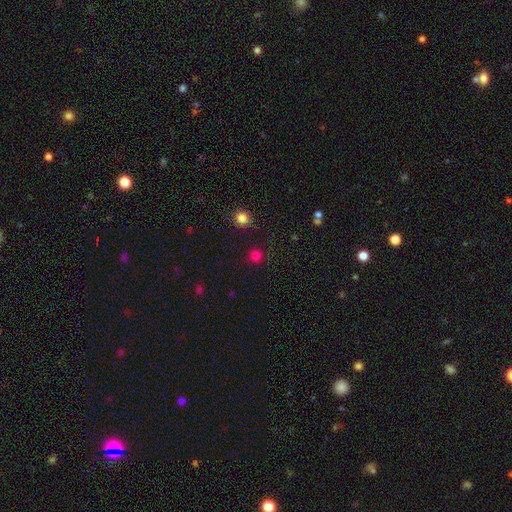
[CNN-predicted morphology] Q: Smooth or featured?
A: smooth (67%); runner-up: star or artifact (27%)
Q: How rounded?
A: round (87%); runner-up: in between (12%)
Q: Merging?
A: none (76%); runner-up: minor disturbance (11%)